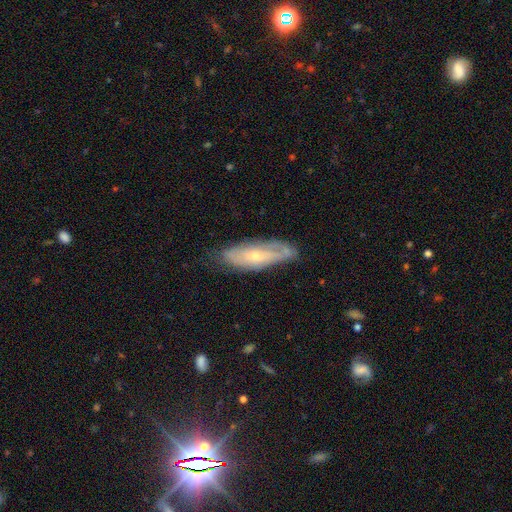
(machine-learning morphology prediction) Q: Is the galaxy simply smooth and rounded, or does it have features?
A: featured or disk — 57%.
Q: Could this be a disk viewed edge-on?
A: no — 72%.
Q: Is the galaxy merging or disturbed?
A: none — 64%.